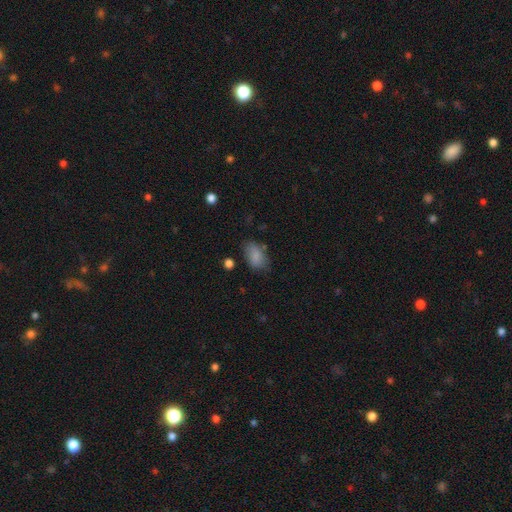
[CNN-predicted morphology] The model was most divided on "merging": none: 67%, minor disturbance: 22%, major disturbance: 7%, merger: 3%. More confident: how rounded — in between (90%); smooth or featured — smooth (84%).